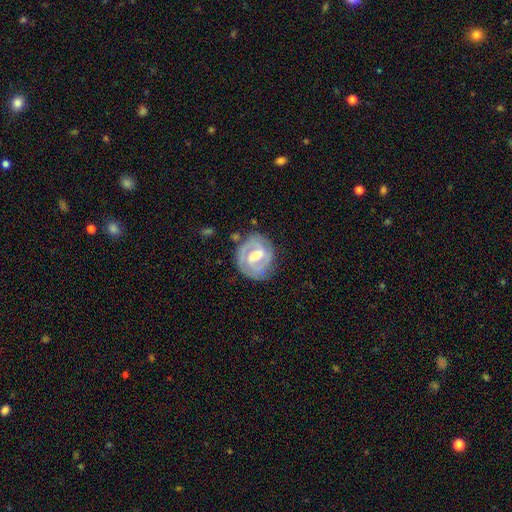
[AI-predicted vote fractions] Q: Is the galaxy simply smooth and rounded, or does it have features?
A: featured or disk — 74%.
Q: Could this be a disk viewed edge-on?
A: no — 96%.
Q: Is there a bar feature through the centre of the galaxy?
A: weak — 45%.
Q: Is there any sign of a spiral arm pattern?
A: yes — 77%.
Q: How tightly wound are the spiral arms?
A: tight — 62%.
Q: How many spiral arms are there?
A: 2 — 51%.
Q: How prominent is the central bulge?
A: moderate — 54%.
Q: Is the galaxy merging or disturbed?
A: none — 69%.